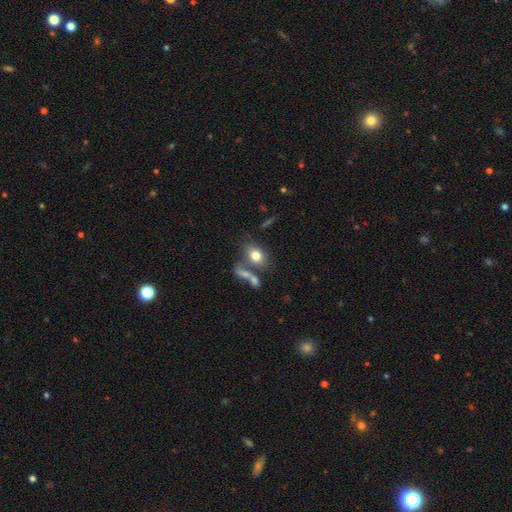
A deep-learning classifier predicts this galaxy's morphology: The model was most divided on "merging": none: 55%, merger: 25%, minor disturbance: 13%, major disturbance: 7%. More confident: smooth or featured — smooth (76%); how rounded — in between (73%).